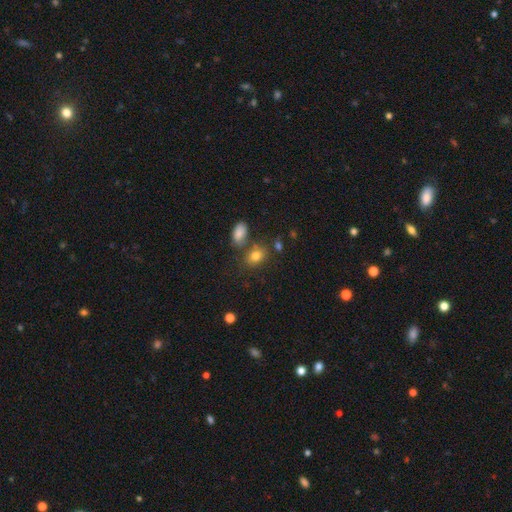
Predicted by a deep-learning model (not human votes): Q: Smooth or featured?
A: smooth (80%); runner-up: star or artifact (11%)
Q: How rounded?
A: in between (70%); runner-up: round (28%)
Q: Merging?
A: none (63%); runner-up: merger (17%)